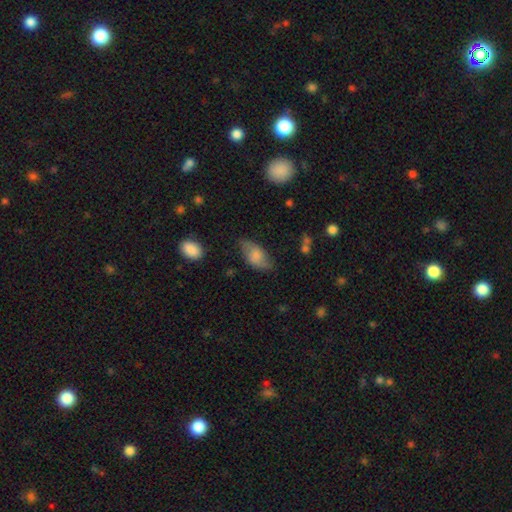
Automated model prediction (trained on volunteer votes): The model was most divided on "merging": none: 63%, minor disturbance: 27%, major disturbance: 8%, merger: 2%. More confident: how rounded — in between (92%); smooth or featured — smooth (66%).